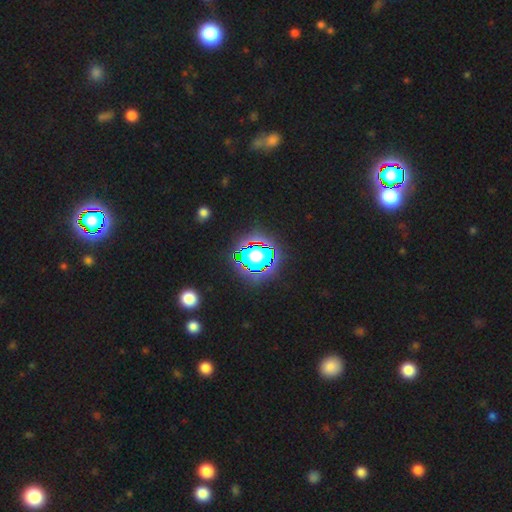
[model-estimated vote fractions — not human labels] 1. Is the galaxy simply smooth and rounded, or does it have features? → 58% star or artifact, 22% smooth, 19% featured or disk.